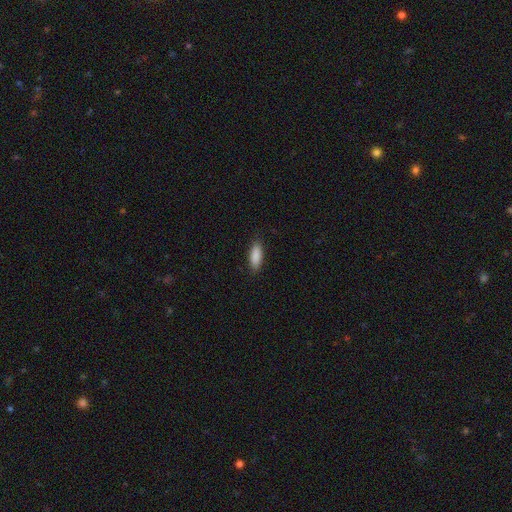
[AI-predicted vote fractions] smooth-or-featured: smooth: 89% | star or artifact: 6% | featured or disk: 5%
  how-rounded: in between: 69% | cigar-shaped: 29% | round: 2%
  merging: none: 86% | minor disturbance: 11% | major disturbance: 2% | merger: 1%